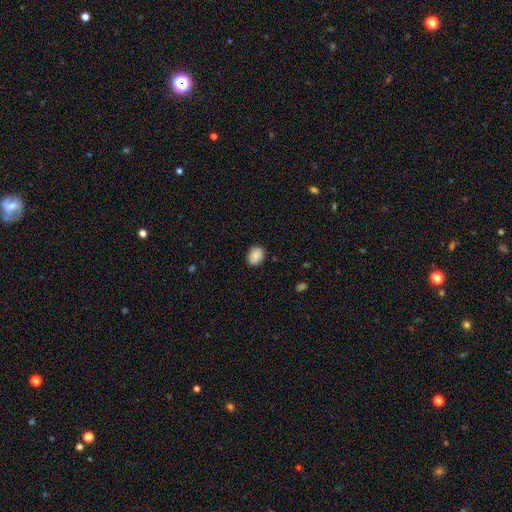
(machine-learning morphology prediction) This appears to be a smooth galaxy with no disk features (87%) that is in between round and cigar-shaped (56%). Merging: none (83%).